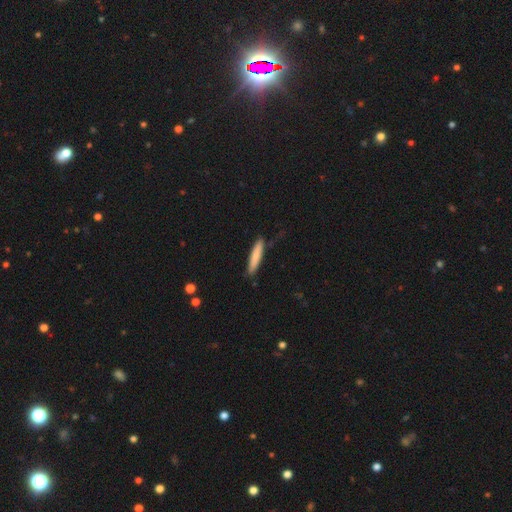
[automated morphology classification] Smooth or featured? smooth (80%)
How rounded? cigar-shaped (88%)
Merging? none (82%)